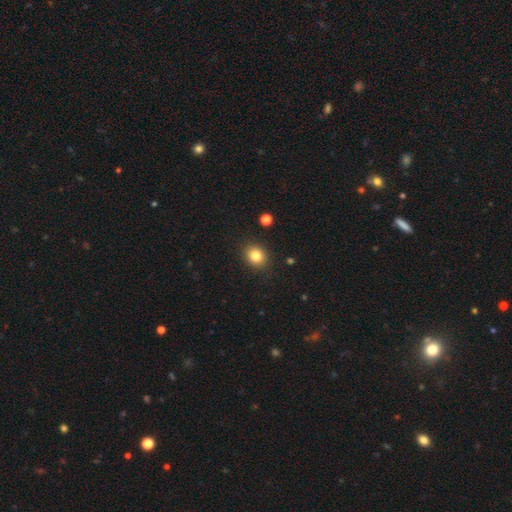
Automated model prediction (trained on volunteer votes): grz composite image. It shows a smooth galaxy with no disk features (83%) that is round (73%). Merging: none (89%).